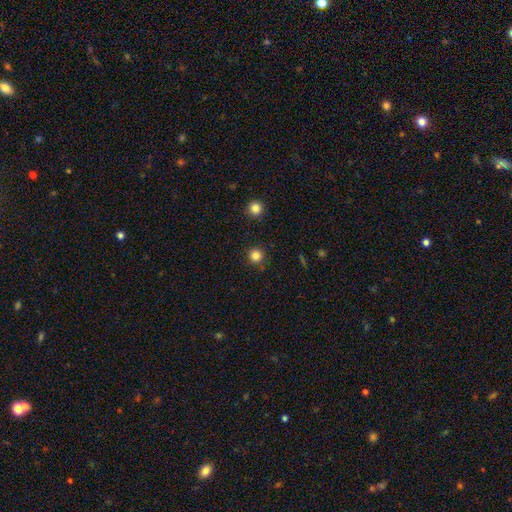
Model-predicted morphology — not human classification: The model was most divided on "smooth or featured": smooth: 83%, star or artifact: 13%, featured or disk: 4%. More confident: how rounded — round (95%); merging — none (89%).